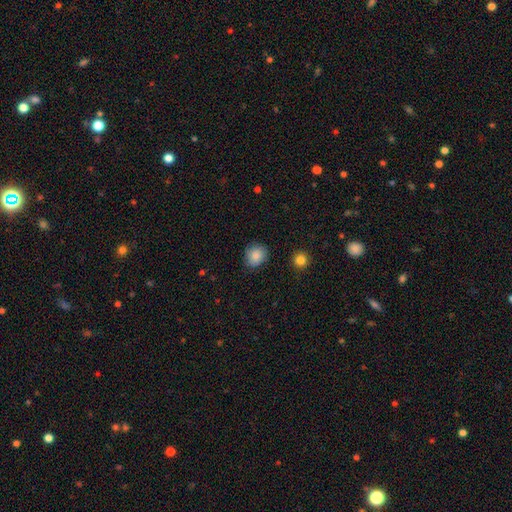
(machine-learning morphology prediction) type=smooth (87%); roundness=round (73%); merging=none (81%).